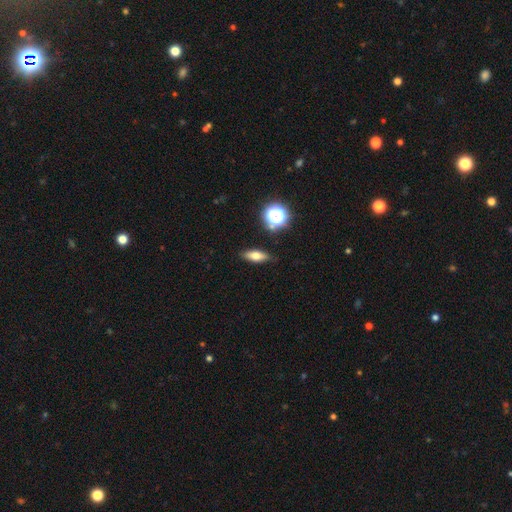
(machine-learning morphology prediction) smooth-or-featured: smooth: 66% | featured or disk: 22% | star or artifact: 12%
  how-rounded: in between: 58% | cigar-shaped: 33% | round: 9%
  merging: none: 85% | minor disturbance: 10% | major disturbance: 2% | merger: 2%